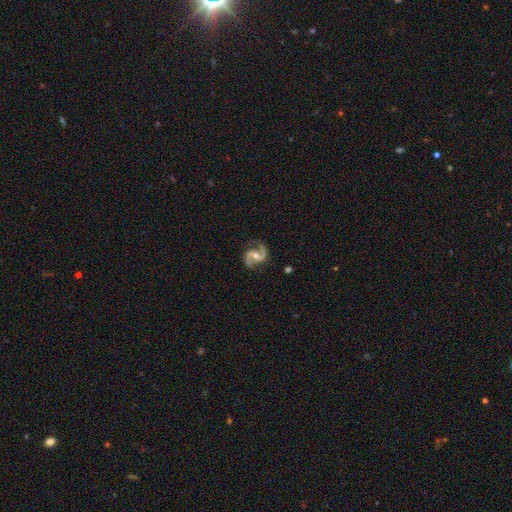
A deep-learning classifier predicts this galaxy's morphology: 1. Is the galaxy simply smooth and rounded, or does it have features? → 92% featured or disk, 4% star or artifact, 4% smooth.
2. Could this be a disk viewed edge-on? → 98% no, 2% yes.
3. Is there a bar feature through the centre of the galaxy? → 44% no, 40% weak, 16% strong.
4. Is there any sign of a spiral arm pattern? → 98% yes, 2% no.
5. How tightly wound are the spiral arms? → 60% medium, 26% loose, 14% tight.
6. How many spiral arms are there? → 94% 2, 1% 1, 1% can't tell, 1% 3, 1% 4, 1% more than 4.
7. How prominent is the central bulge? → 63% moderate, 32% small, 3% large, 2% none, 1% dominant.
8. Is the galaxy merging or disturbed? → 82% none, 13% minor disturbance, 4% major disturbance, 1% merger.